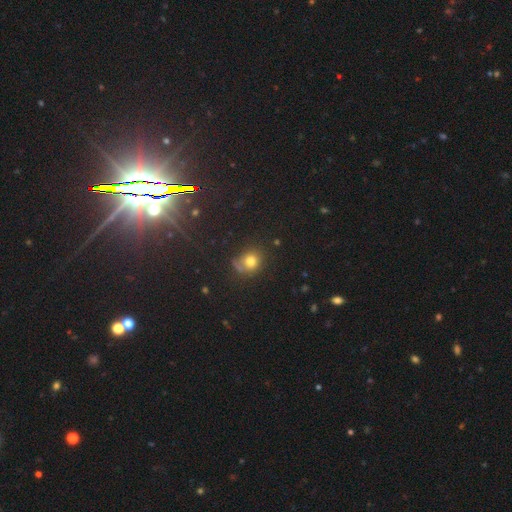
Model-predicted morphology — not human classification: This is marginally a smooth galaxy (44%). Merging: likely none (80%).